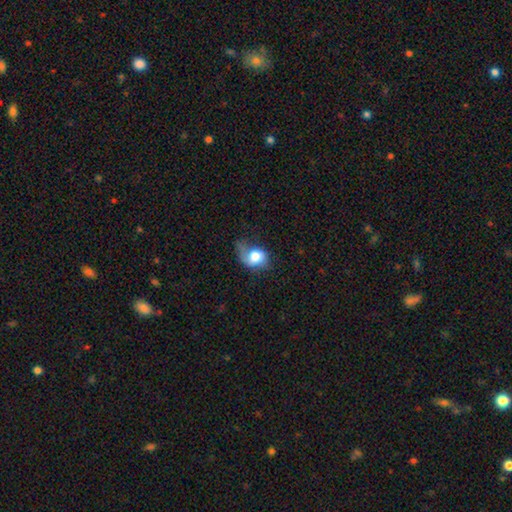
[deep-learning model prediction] Smooth or featured? Predicted: smooth (p=0.68). How rounded? Predicted: in between (p=0.57). Merging? Predicted: major disturbance (p=0.37).